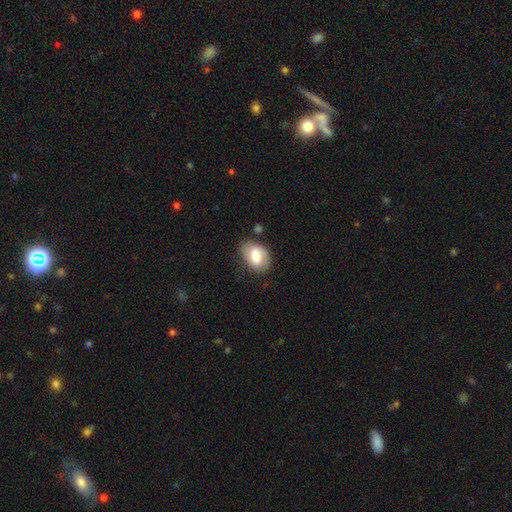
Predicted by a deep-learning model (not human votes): The model was most divided on "smooth or featured": smooth: 54%, featured or disk: 39%, star or artifact: 7%. More confident: how rounded — in between (80%); merging — none (70%).